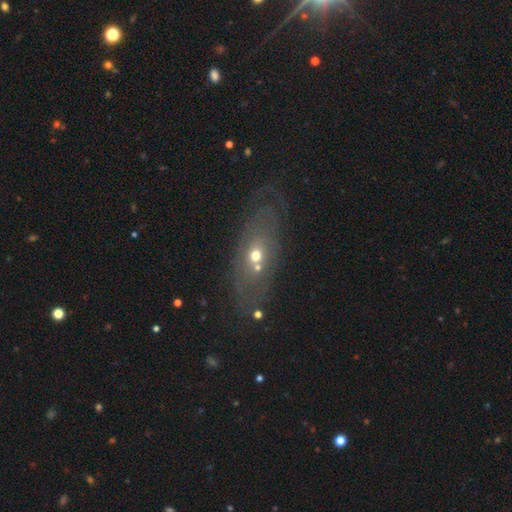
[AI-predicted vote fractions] featured or disk 50%, smooth 36%, star or artifact 13%. Down the decision tree: edge-on disk — no (83%); merging — none (62%).